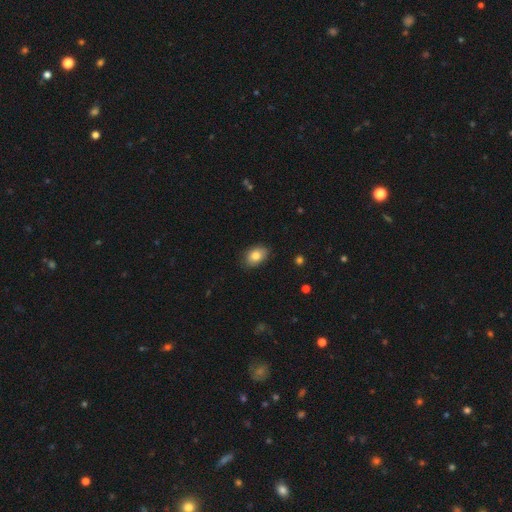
Overall: smooth (83%). How rounded: in between (93%). Merging: none (83%).